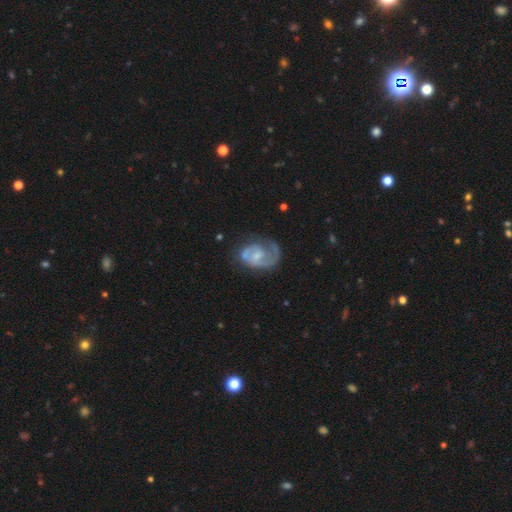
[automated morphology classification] Smooth or featured?
  - featured or disk: 78% *
  - smooth: 16%
  - star or artifact: 6%
Edge-on disk?
  - no: 98% *
  - yes: 2%
Bar?
  - no: 46% * (tied)
  - weak: 46% * (tied)
  - strong: 9%
Spiral arms?
  - yes: 89% *
  - no: 11%
Spiral winding?
  - medium: 44% *
  - tight: 34%
  - loose: 21%
Spiral arm count?
  - 2: 48% *
  - 1: 37%
  - can't tell: 11%
  - 3: 2%
  - 4: 1%
  - more than 4: 1%
Bulge size?
  - small: 48% *
  - moderate: 32%
  - none: 16%
  - large: 3%
  - dominant: 1%
Merging?
  - none: 52% *
  - minor disturbance: 23%
  - major disturbance: 21%
  - merger: 4%